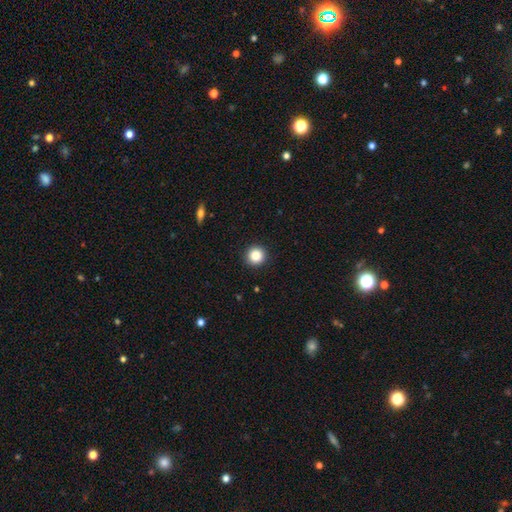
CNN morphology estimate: smooth-or-featured: smooth: 86% | star or artifact: 10% | featured or disk: 4%
  how-rounded: round: 95% | in between: 4% | cigar-shaped: 1%
  merging: none: 93% | minor disturbance: 5% | major disturbance: 2% | merger: 1%